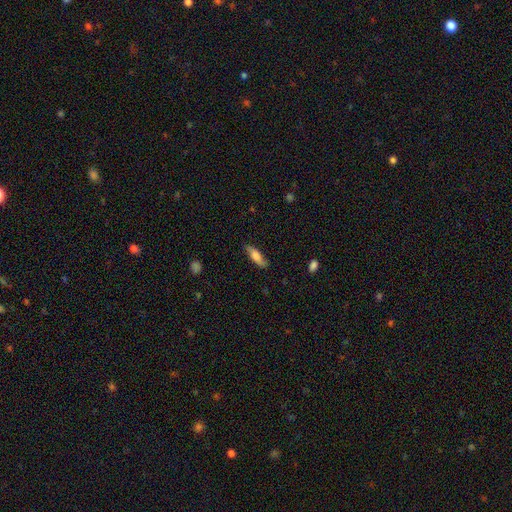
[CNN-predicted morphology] A smooth galaxy with no disk features (66%) that is cigar-shaped (54%).

Vote fractions:
- Smooth or featured? smooth: 66% / featured or disk: 28% / star or artifact: 7%
- How rounded? cigar-shaped: 54% / in between: 44% / round: 2%
- Merging? none: 79% / minor disturbance: 16% / major disturbance: 3% / merger: 1%